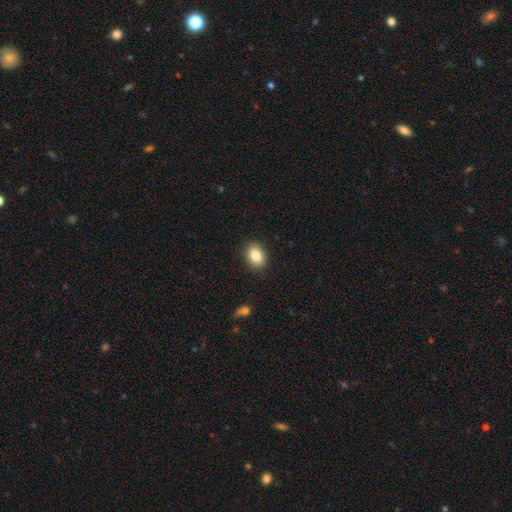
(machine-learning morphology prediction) This appears to be a smooth galaxy with no disk features (85%) that is in between round and cigar-shaped (79%). Merging: none (89%).